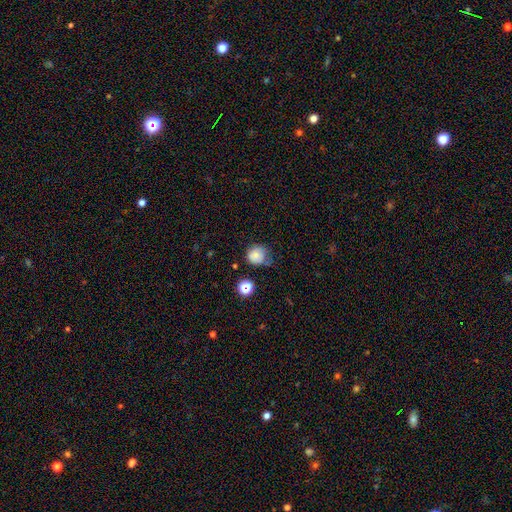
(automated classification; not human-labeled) smooth_or_featured: smooth (p=0.79) [alt: star or artifact p=0.12]
how_rounded: round (p=0.90) [alt: in between p=0.10]
merging: none (p=0.59) [alt: minor disturbance p=0.27]